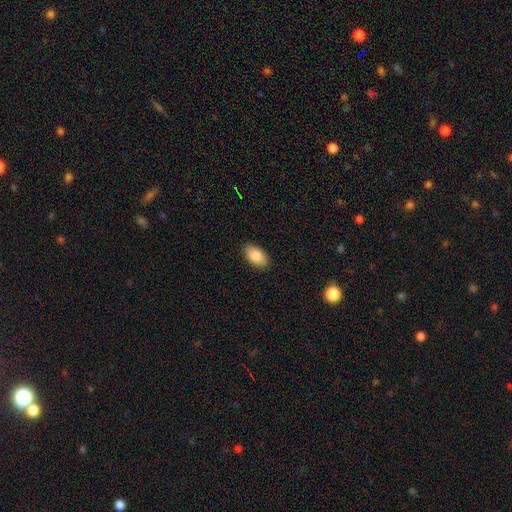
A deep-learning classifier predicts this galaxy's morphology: Smooth or featured? smooth (87%)
How rounded? in between (94%)
Merging? none (89%)